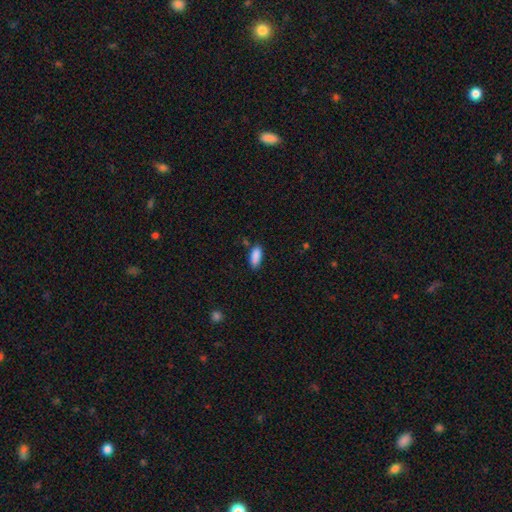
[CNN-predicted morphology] Q: Smooth or featured?
A: smooth (88%); runner-up: star or artifact (7%)
Q: How rounded?
A: in between (82%); runner-up: cigar-shaped (16%)
Q: Merging?
A: none (74%); runner-up: minor disturbance (19%)